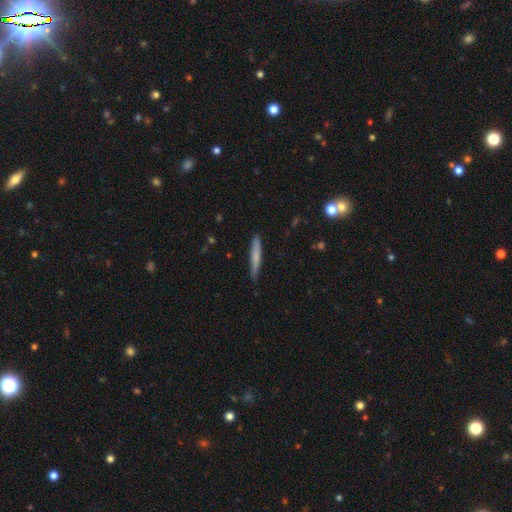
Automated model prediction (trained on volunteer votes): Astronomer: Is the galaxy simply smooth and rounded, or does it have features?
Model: smooth — 70%.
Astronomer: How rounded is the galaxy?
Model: cigar-shaped — 94%.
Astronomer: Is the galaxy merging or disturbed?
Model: none — 84%.